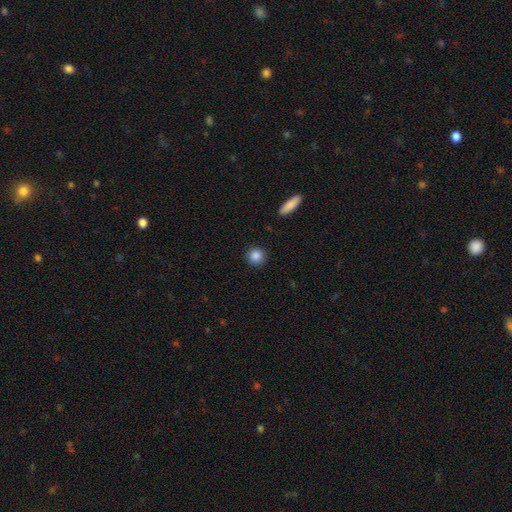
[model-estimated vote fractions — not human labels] Smooth or featured? Predicted: smooth (p=0.87). How rounded? Predicted: round (p=0.91). Merging? Predicted: none (p=0.90).